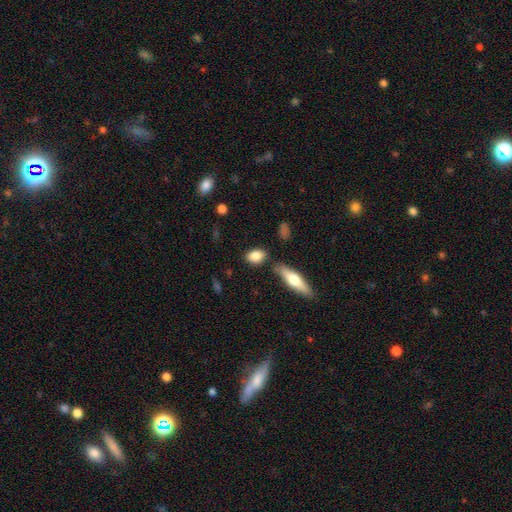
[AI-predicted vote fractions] This appears to be a smooth galaxy with no disk features (83%) that is in between round and cigar-shaped (79%). Merging: none (76%).